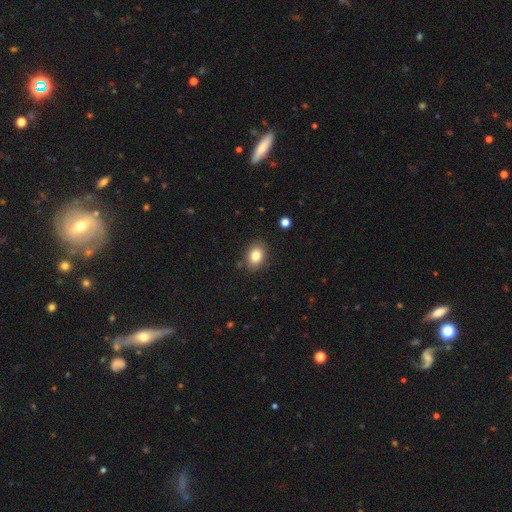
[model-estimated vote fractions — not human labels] A smooth galaxy with no disk features (82%) that is in between round and cigar-shaped (65%).

Vote fractions:
- Smooth or featured? smooth: 82% / star or artifact: 10% / featured or disk: 8%
- How rounded? in between: 65% / round: 34% / cigar-shaped: 1%
- Merging? none: 86% / minor disturbance: 10% / major disturbance: 2% / merger: 2%